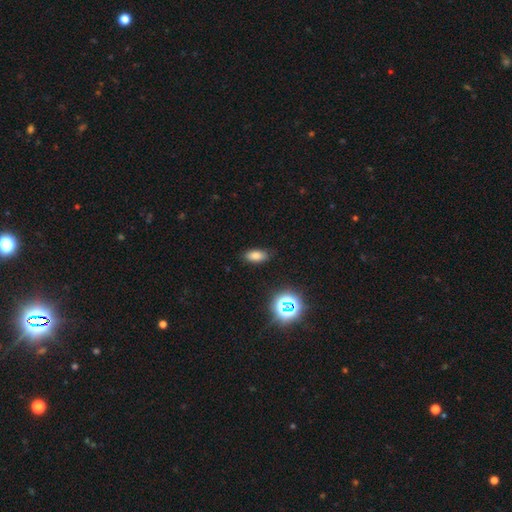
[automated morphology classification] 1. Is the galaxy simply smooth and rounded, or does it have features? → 76% smooth, 17% star or artifact, 8% featured or disk.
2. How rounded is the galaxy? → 87% in between, 8% cigar-shaped, 5% round.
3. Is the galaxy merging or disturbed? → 85% none, 11% minor disturbance, 3% major disturbance, 1% merger.